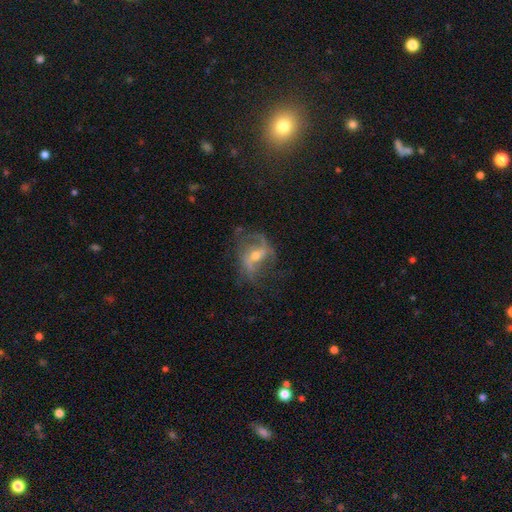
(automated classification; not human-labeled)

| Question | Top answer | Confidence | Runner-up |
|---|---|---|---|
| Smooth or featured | featured or disk | 80% | smooth (11%) |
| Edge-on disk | no | 95% | yes (5%) |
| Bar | weak | 40% | strong (35%) |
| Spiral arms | yes | 84% | no (16%) |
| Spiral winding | loose | 56% | medium (33%) |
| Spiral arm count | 2 | 74% | can't tell (13%) |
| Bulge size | moderate | 54% | small (41%) |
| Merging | none | 56% | minor disturbance (21%) |